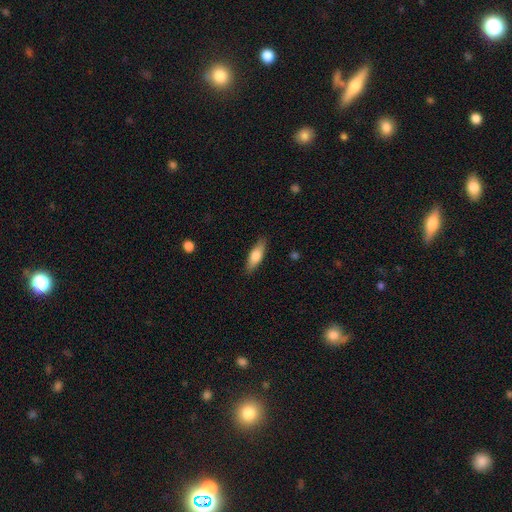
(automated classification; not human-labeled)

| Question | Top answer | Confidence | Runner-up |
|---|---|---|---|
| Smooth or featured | smooth | 68% | featured or disk (26%) |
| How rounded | in between | 51% | cigar-shaped (47%) |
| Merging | none | 86% | minor disturbance (10%) |